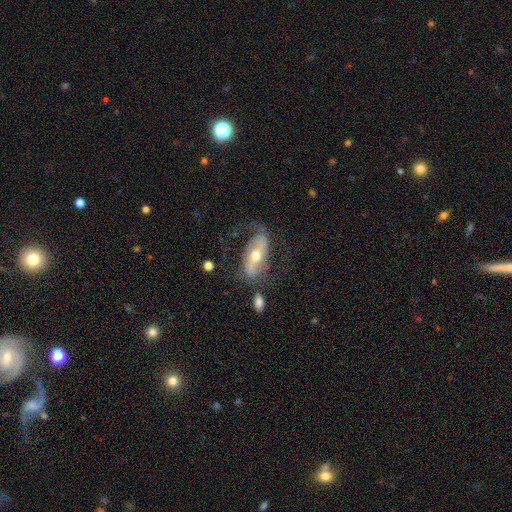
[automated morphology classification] A featured or disk galaxy (73%) with a strong bar (41%), 2 (82%) loose (54%) spiral arms (83%) and a moderate central bulge (69%).

Vote fractions:
- Smooth or featured? featured or disk: 73% / smooth: 21% / star or artifact: 6%
- Edge-on disk? no: 90% / yes: 10%
- Bar? strong: 41% / weak: 30% / no: 29%
- Spiral arms? yes: 83% / no: 17%
- Spiral winding? loose: 54% / medium: 33% / tight: 13%
- Spiral arm count? 2: 82% / 1: 8% / can't tell: 8% / 3: 1% / 4: 1% / more than 4: 1%
- Bulge size? moderate: 69% / small: 24% / large: 5% / dominant: 1% / none: 1%
- Merging? none: 56% / minor disturbance: 20% / major disturbance: 19% / merger: 4%